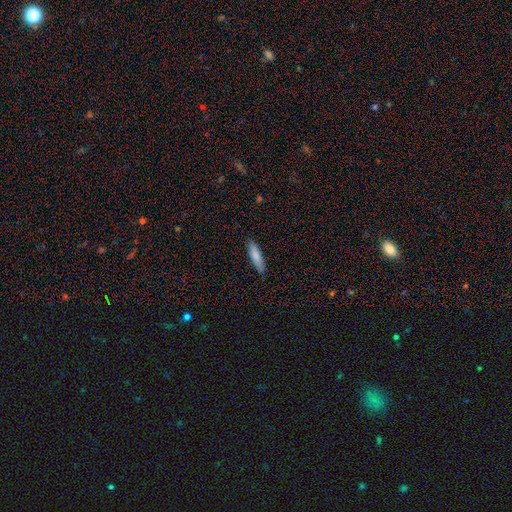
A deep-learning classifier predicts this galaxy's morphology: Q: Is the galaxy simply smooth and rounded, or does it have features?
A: smooth — 83%.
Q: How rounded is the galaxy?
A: cigar-shaped — 75%.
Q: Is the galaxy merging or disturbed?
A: none — 87%.